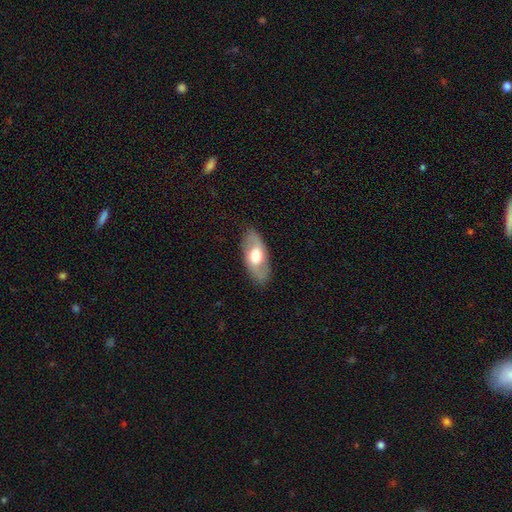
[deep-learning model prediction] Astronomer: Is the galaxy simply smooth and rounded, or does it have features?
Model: featured or disk — 52% (runner-up: smooth, 42%).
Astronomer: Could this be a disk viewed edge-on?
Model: no — 81%.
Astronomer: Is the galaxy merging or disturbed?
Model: none — 85%.